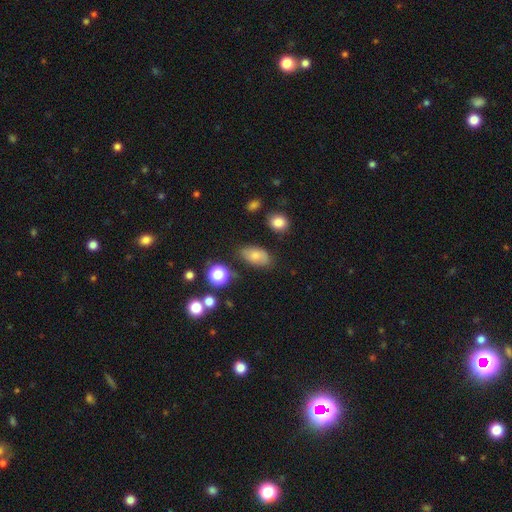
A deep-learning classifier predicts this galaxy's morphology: The model was most divided on "merging": none: 75%, minor disturbance: 17%, major disturbance: 5%, merger: 3%. More confident: how rounded — in between (91%); smooth or featured — smooth (76%).